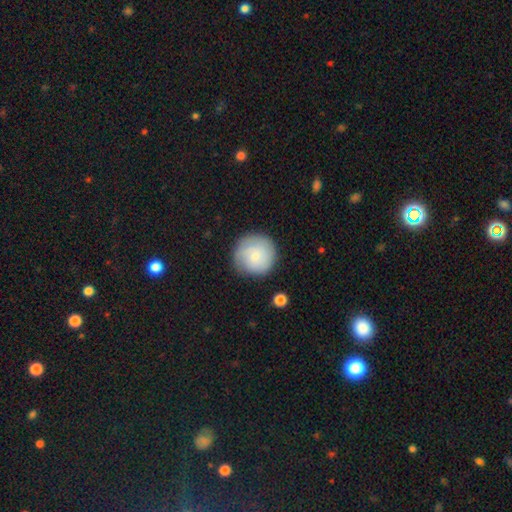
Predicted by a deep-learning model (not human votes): Morphology: type=smooth (70%); roundness=round (95%); merging=none (81%).